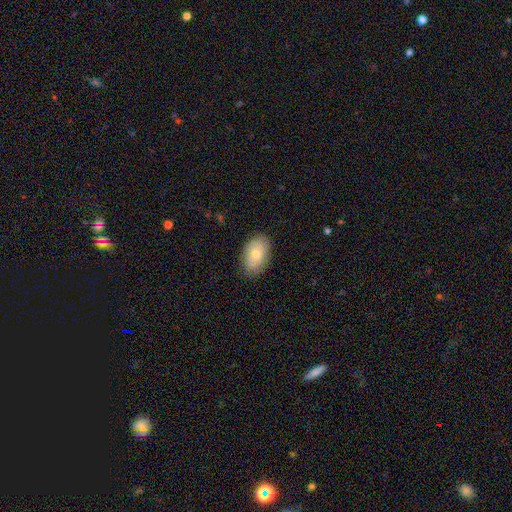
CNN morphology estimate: The model was most divided on "smooth or featured": smooth: 74%, featured or disk: 19%, star or artifact: 7%. More confident: how rounded — in between (91%); merging — none (84%).